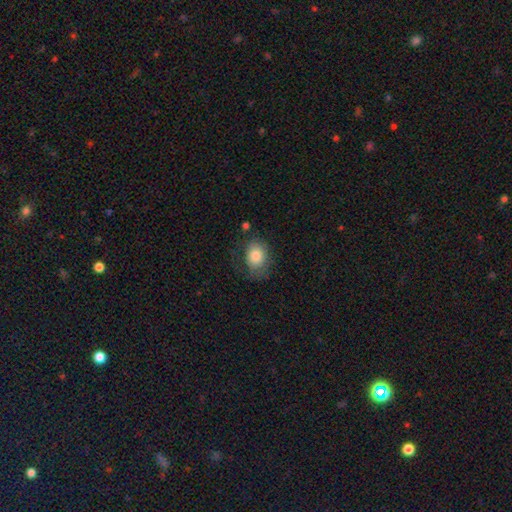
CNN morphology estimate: smooth_or_featured: smooth (p=0.81) [alt: featured or disk p=0.11]
how_rounded: in between (p=0.64) [alt: round p=0.35]
merging: none (p=0.60) [alt: minor disturbance p=0.25]